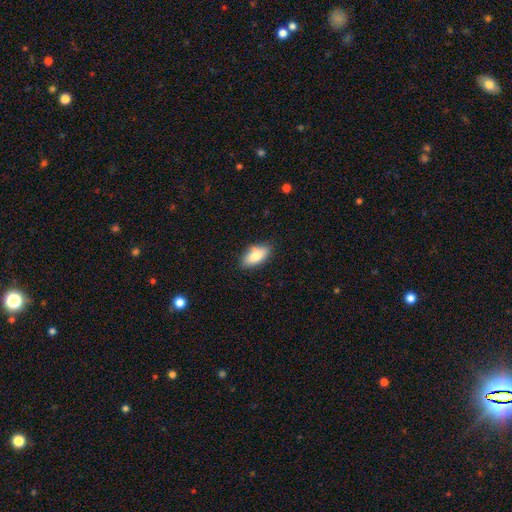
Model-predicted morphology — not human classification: The model was most divided on "merging": none: 82%, minor disturbance: 14%, major disturbance: 2%, merger: 2%. More confident: how rounded — in between (89%); smooth or featured — smooth (81%).